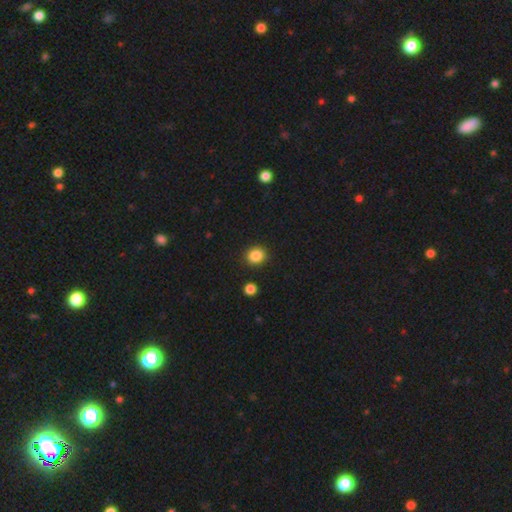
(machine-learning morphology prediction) Smooth or featured: smooth — 86% (star or artifact — 11%)
How rounded: round — 82% (in between — 17%)
Merging: none — 90% (minor disturbance — 6%)